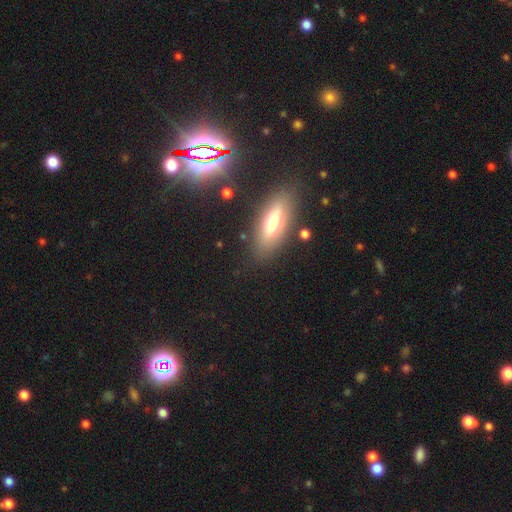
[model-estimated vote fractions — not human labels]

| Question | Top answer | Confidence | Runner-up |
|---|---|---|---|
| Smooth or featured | smooth | 49% | featured or disk (27%) |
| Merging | none | 84% | minor disturbance (10%) |